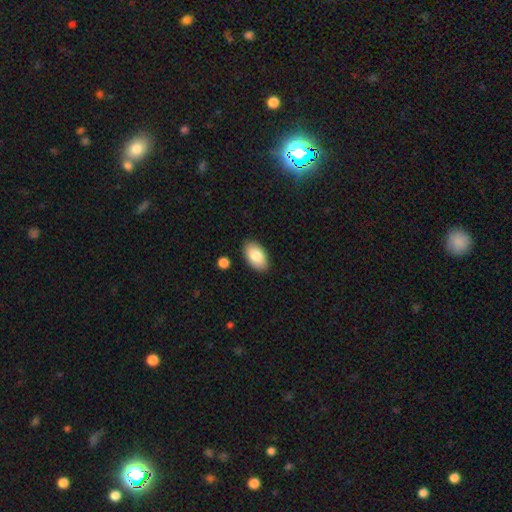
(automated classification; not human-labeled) smooth-or-featured: smooth: 83% | featured or disk: 11% | star or artifact: 6%
  how-rounded: in between: 94% | round: 5% | cigar-shaped: 1%
  merging: none: 87% | minor disturbance: 9% | major disturbance: 2% | merger: 2%